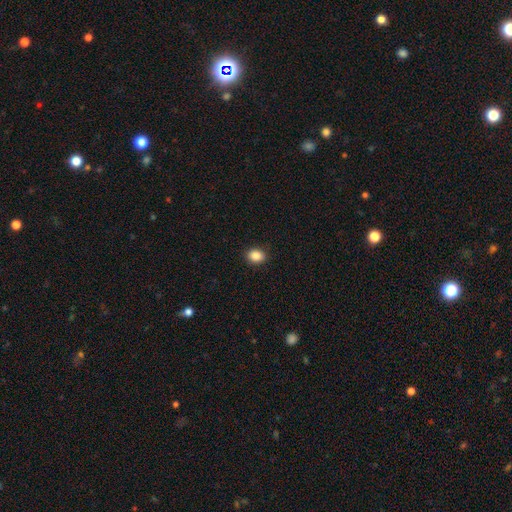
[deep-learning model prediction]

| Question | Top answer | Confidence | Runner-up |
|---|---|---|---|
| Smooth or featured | smooth | 87% | star or artifact (9%) |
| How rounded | in between | 58% | round (41%) |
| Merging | none | 90% | minor disturbance (8%) |